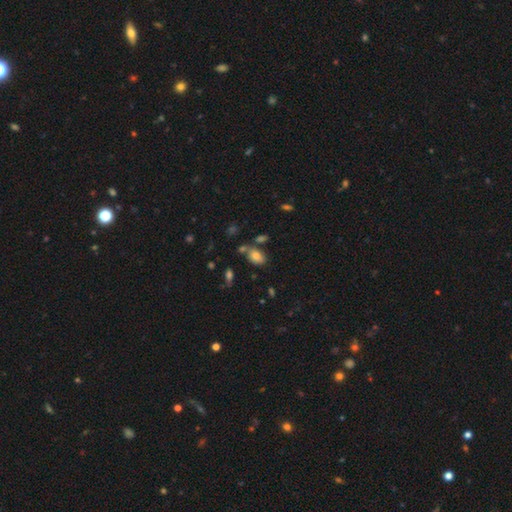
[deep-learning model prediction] Morphology: type=smooth (78%); roundness=in between (87%); merging=none (62%).